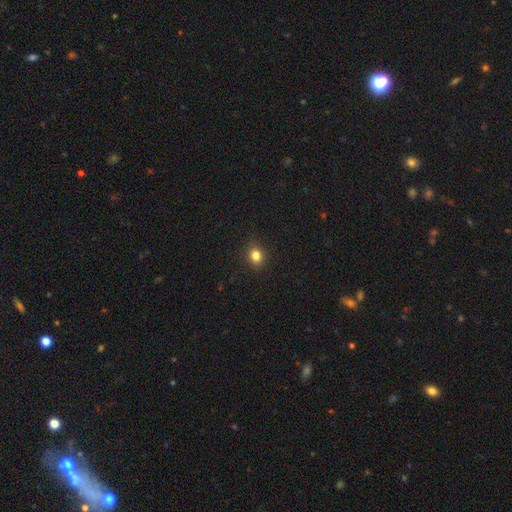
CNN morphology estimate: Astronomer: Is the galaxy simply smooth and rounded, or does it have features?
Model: smooth — 83%.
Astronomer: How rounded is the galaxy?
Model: round — 72%.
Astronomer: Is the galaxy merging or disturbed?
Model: none — 90%.